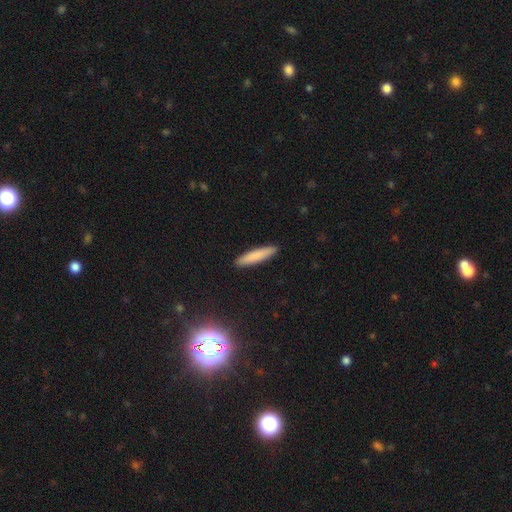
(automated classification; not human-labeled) Overall: smooth (82%). How rounded: cigar-shaped (88%). Merging: none (91%).